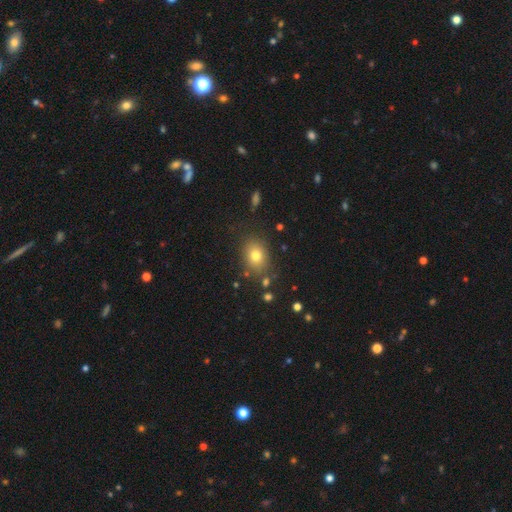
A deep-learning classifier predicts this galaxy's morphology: Q: Smooth or featured?
A: smooth (77%); runner-up: star or artifact (13%)
Q: How rounded?
A: in between (56%); runner-up: round (43%)
Q: Merging?
A: none (80%); runner-up: minor disturbance (12%)